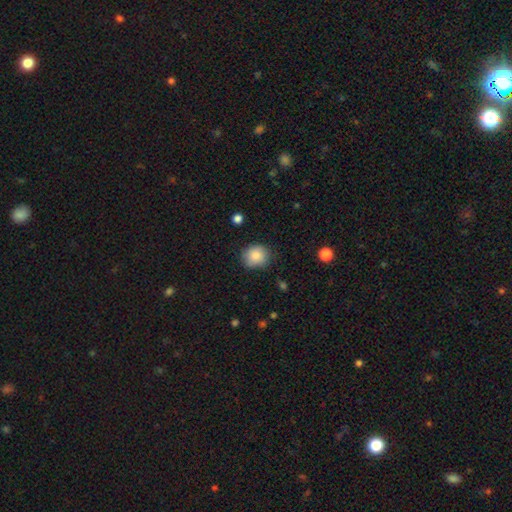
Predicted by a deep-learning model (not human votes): Q: Smooth or featured?
A: smooth (86%); runner-up: star or artifact (8%)
Q: How rounded?
A: round (79%); runner-up: in between (20%)
Q: Merging?
A: none (81%); runner-up: minor disturbance (14%)